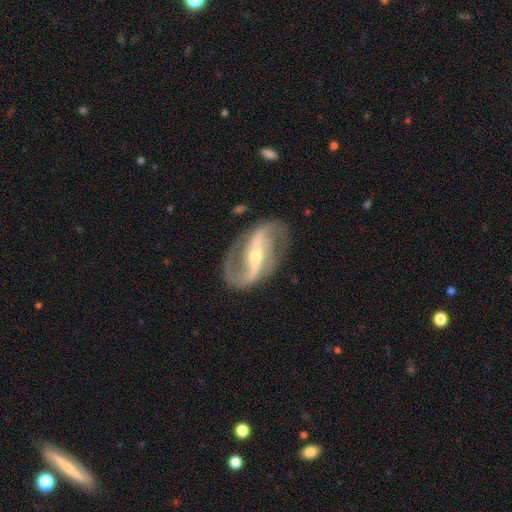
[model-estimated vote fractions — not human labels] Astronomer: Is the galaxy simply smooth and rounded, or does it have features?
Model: featured or disk — 90%.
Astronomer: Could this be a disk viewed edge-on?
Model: no — 95%.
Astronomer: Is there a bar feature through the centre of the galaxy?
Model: strong — 66%.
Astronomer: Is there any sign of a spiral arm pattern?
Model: yes — 95%.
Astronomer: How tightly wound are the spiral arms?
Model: loose — 46% (runner-up: medium, 39%).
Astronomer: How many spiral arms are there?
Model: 2 — 92%.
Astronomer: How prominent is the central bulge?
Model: small — 57% (runner-up: moderate, 39%).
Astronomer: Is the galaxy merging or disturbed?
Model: none — 79%.